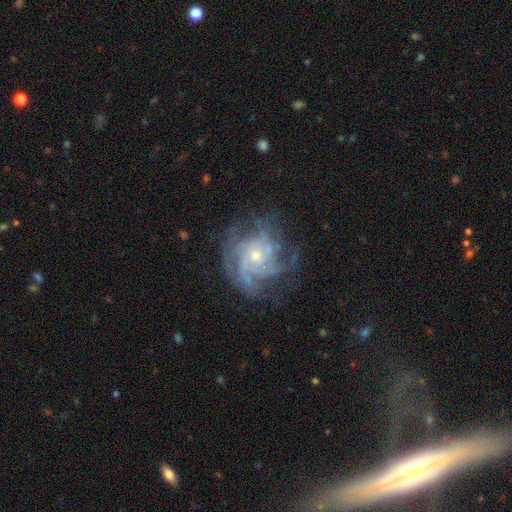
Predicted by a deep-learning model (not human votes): Smooth or featured? featured or disk (85%)
Edge-on disk? no (98%)
Bar? no (79%)
Spiral arms? yes (94%)
Spiral winding? tight (55%)
Spiral arm count? can't tell (28%)
Bulge size? small (62%)
Merging? none (66%)